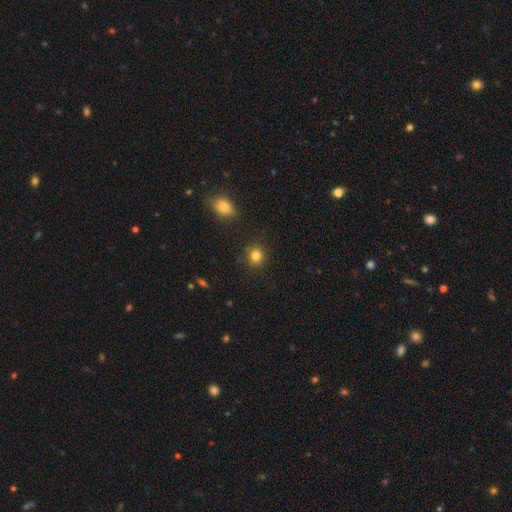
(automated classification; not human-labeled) Q: Smooth or featured?
A: smooth (84%); runner-up: star or artifact (11%)
Q: How rounded?
A: round (89%); runner-up: in between (10%)
Q: Merging?
A: none (87%); runner-up: minor disturbance (9%)